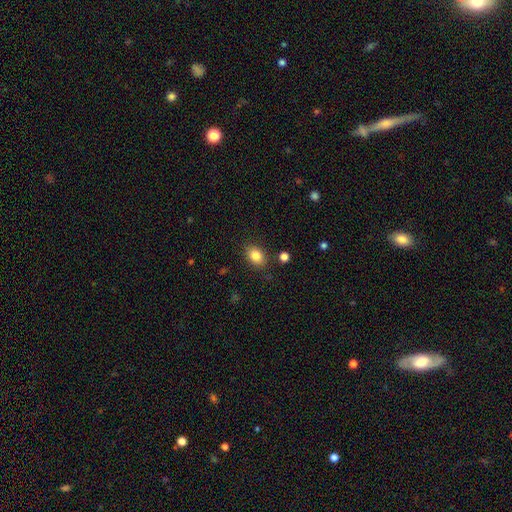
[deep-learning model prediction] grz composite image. It shows a smooth galaxy with no disk features (84%) that is in between round and cigar-shaped (69%). Merging: none (84%).